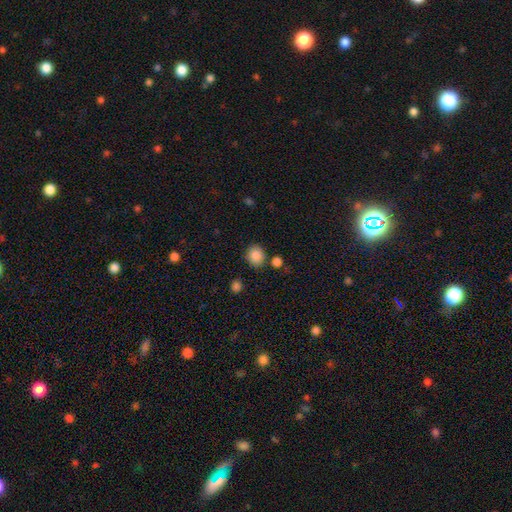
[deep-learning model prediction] This appears to be a smooth galaxy with no disk features (86%) that is round (81%). Merging: none (79%).